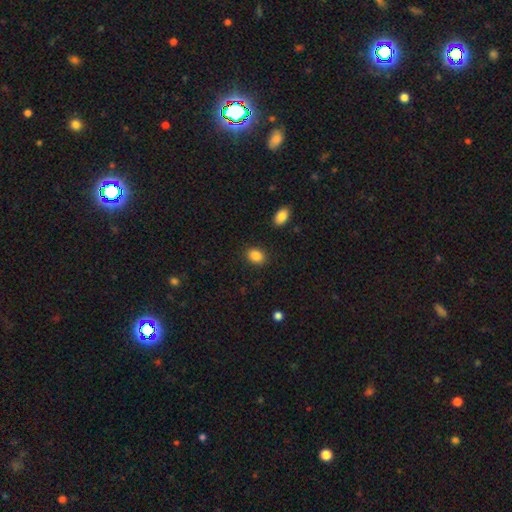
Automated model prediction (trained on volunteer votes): The model was most divided on "how rounded": in between: 63%, round: 36%, cigar-shaped: 1%. More confident: merging — none (88%); smooth or featured — smooth (87%).